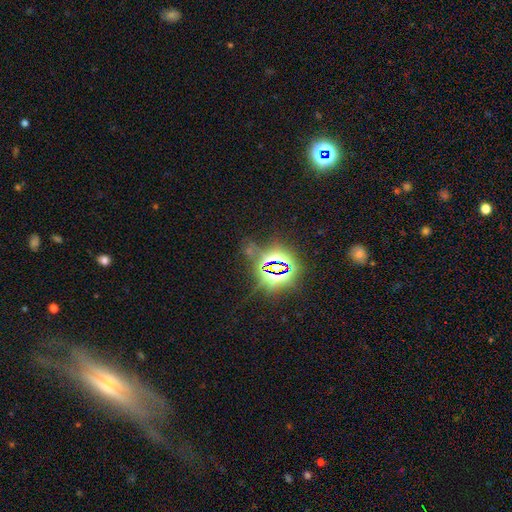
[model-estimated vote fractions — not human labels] The model was most divided on "smooth or featured": star or artifact: 81%, smooth: 11%, featured or disk: 8%.